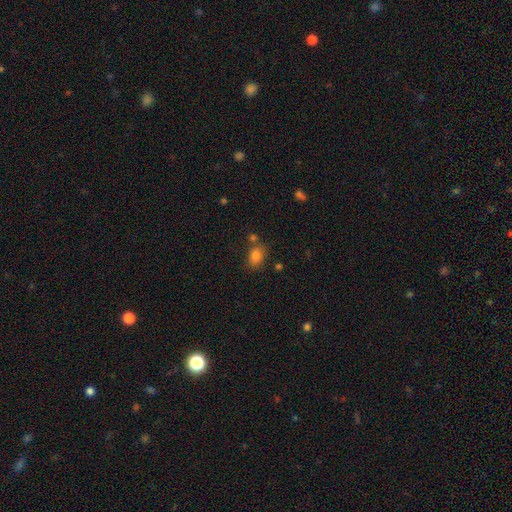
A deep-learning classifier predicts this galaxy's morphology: A smooth galaxy with no disk features (81%) that is in between round and cigar-shaped (72%). Merging: none (69%).